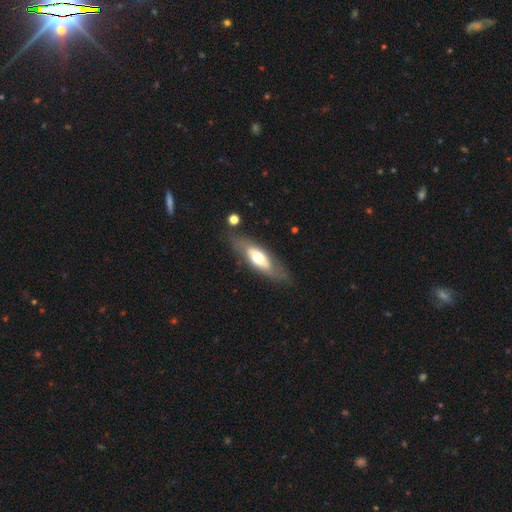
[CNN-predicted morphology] featured or disk 49%, smooth 45%, star or artifact 6%. Down the decision tree: merging — none (75%).